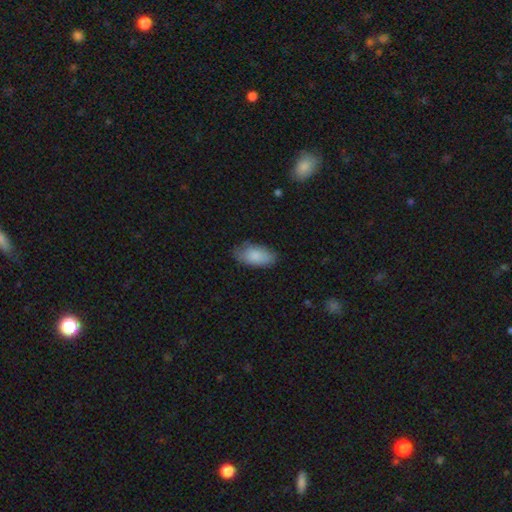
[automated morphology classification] Smooth or featured? smooth (84%)
How rounded? in between (94%)
Merging? none (71%)